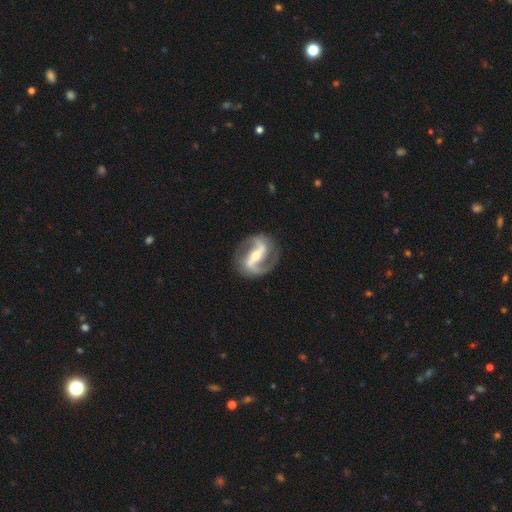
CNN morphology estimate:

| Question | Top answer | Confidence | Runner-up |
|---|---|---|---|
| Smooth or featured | featured or disk | 90% | smooth (6%) |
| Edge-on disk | no | 96% | yes (4%) |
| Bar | strong | 68% | weak (22%) |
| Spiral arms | yes | 96% | no (4%) |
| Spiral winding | medium | 51% | loose (28%) |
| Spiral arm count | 2 | 92% | 1 (2%) |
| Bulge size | moderate | 56% | small (38%) |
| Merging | none | 84% | minor disturbance (11%) |